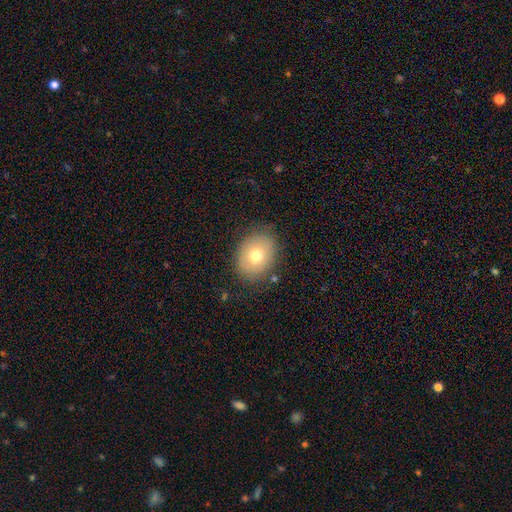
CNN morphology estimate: smooth_or_featured: smooth (p=0.71) [alt: featured or disk p=0.20]
how_rounded: in between (p=0.56) [alt: round p=0.43]
merging: none (p=0.82) [alt: minor disturbance p=0.13]